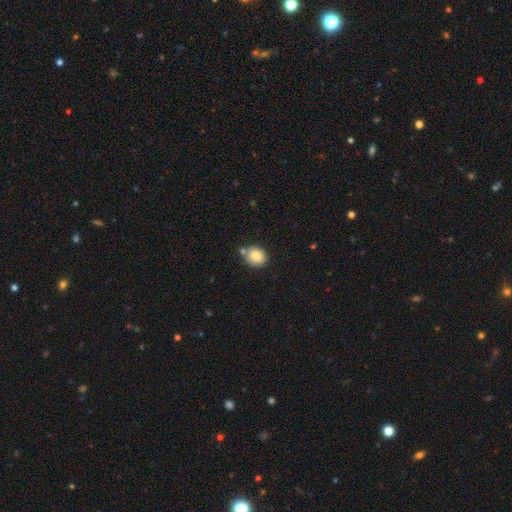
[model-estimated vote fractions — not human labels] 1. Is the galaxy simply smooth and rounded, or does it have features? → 83% smooth, 9% star or artifact, 8% featured or disk.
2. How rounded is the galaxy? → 68% round, 31% in between, 1% cigar-shaped.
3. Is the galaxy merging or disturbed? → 67% none, 16% minor disturbance, 14% merger, 3% major disturbance.